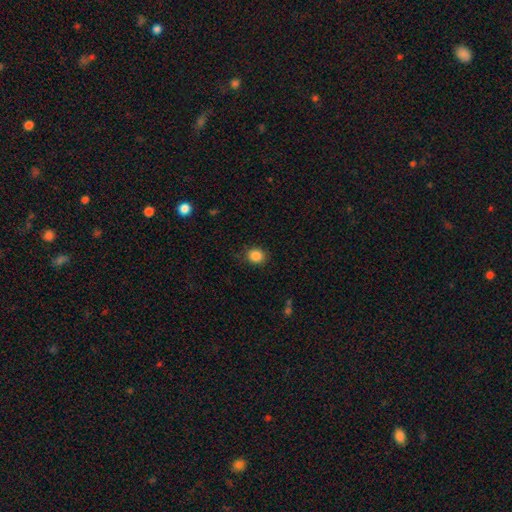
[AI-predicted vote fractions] Smooth or featured? Predicted: smooth (p=0.87). How rounded? Predicted: round (p=0.76). Merging? Predicted: none (p=0.86).